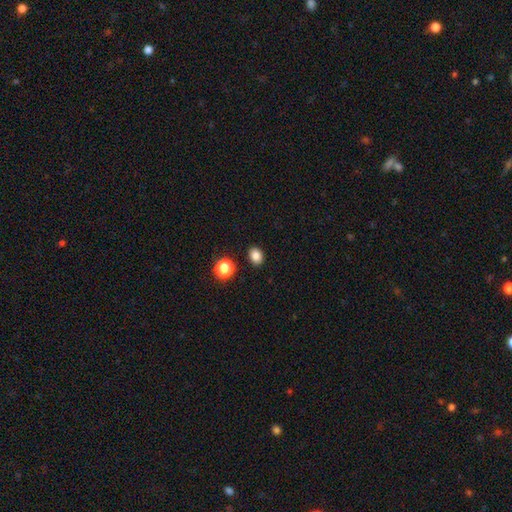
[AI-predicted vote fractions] Morphology: type=smooth (84%); roundness=in between (55%); merging=none (88%).